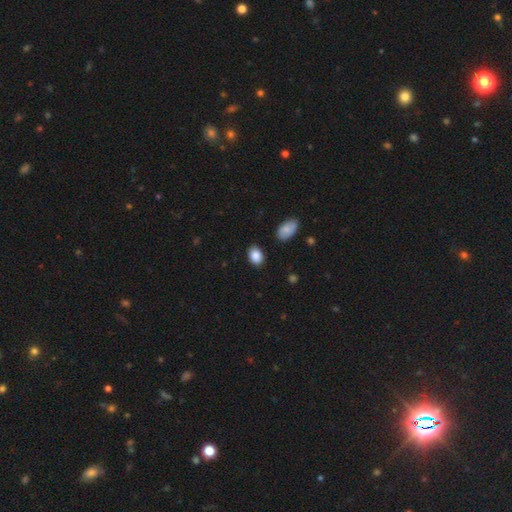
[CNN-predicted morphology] Overall: smooth (88%). How rounded: in between (78%). Merging: none (86%).